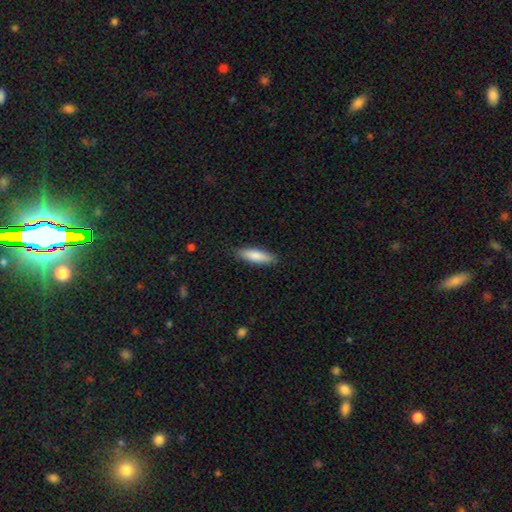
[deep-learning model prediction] Q: Smooth or featured?
A: smooth (83%); runner-up: featured or disk (11%)
Q: How rounded?
A: cigar-shaped (59%); runner-up: in between (39%)
Q: Merging?
A: none (87%); runner-up: minor disturbance (10%)